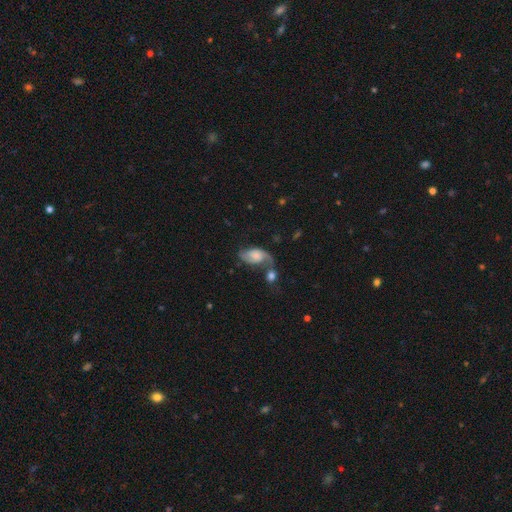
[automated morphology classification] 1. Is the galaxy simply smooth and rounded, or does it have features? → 63% featured or disk, 28% smooth, 8% star or artifact.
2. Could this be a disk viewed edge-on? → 96% no, 4% yes.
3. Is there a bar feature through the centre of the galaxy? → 61% no, 32% weak, 7% strong.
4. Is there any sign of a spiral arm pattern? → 89% yes, 11% no.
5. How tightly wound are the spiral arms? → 50% loose, 35% medium, 15% tight.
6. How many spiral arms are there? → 77% 2, 14% 1, 6% can't tell, 1% 3, 1% 4, 1% more than 4.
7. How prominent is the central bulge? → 27% none, 25% small, 25% moderate, 18% large, 5% dominant.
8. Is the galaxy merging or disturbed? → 39% merger, 27% none, 17% major disturbance, 16% minor disturbance.